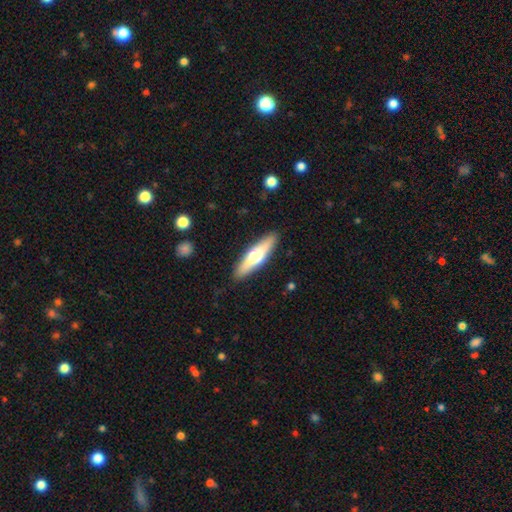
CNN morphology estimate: type=smooth (51%); roundness=cigar-shaped (68%); merging=none (89%).